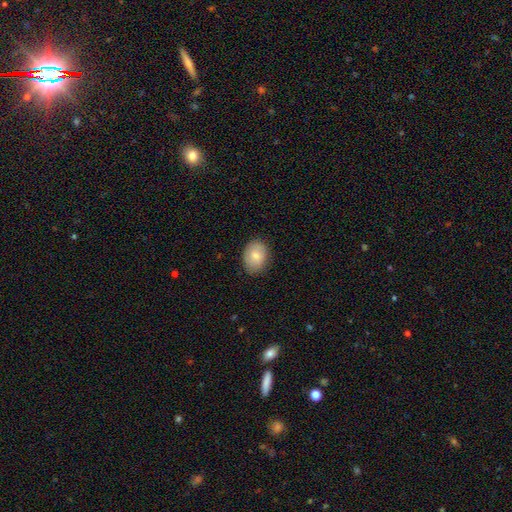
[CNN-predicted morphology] smooth_or_featured: smooth (p=0.81) [alt: featured or disk p=0.12]
how_rounded: in between (p=0.66) [alt: round p=0.33]
merging: none (p=0.84) [alt: minor disturbance p=0.13]